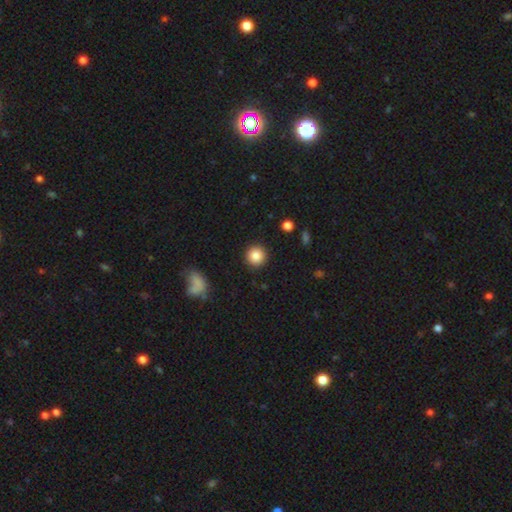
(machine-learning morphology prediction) The model was most divided on "smooth or featured": smooth: 86%, star or artifact: 9%, featured or disk: 5%. More confident: how rounded — round (94%); merging — none (91%).